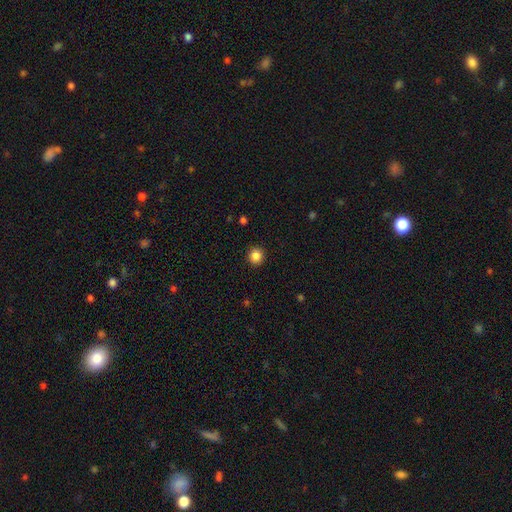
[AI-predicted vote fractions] Smooth or featured? Predicted: smooth (p=0.86). How rounded? Predicted: round (p=0.92). Merging? Predicted: none (p=0.92).